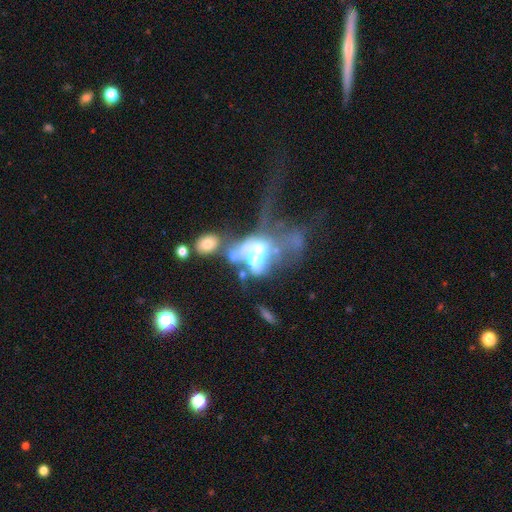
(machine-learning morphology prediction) Q: Smooth or featured?
A: featured or disk (58%); runner-up: smooth (25%)
Q: Edge-on disk?
A: no (94%); runner-up: yes (6%)
Q: Bar?
A: no (76%); runner-up: strong (12%)
Q: Spiral arms?
A: no (91%); runner-up: yes (9%)
Q: Bulge size?
A: moderate (33%); runner-up: large (29%)
Q: Merging?
A: merger (54%); runner-up: major disturbance (32%)